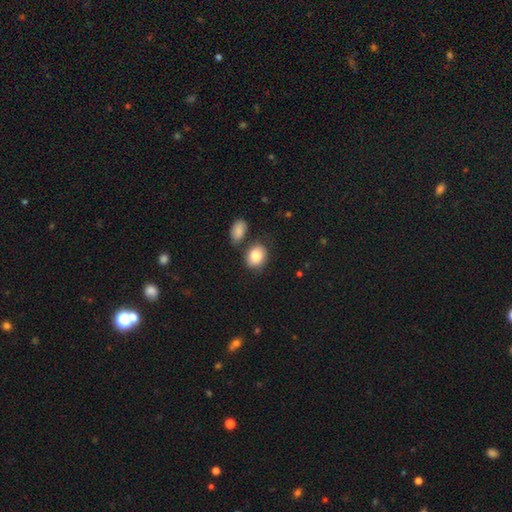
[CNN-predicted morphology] This appears to be a smooth galaxy with no disk features (84%) that is in between round and cigar-shaped (58%). Merging: none (65%).